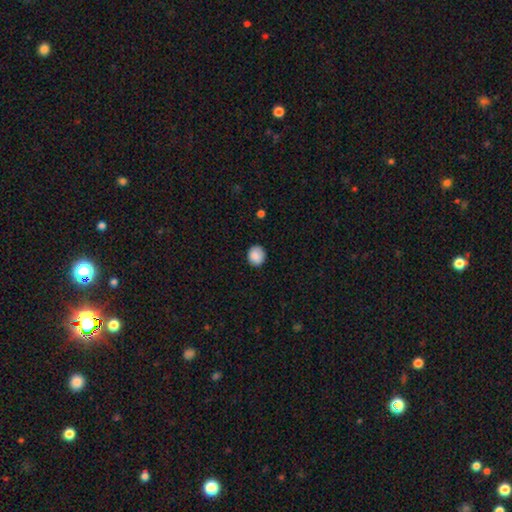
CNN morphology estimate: This is clearly a smooth galaxy (89%). How rounded: likely round (76%). Merging: clearly none (88%).